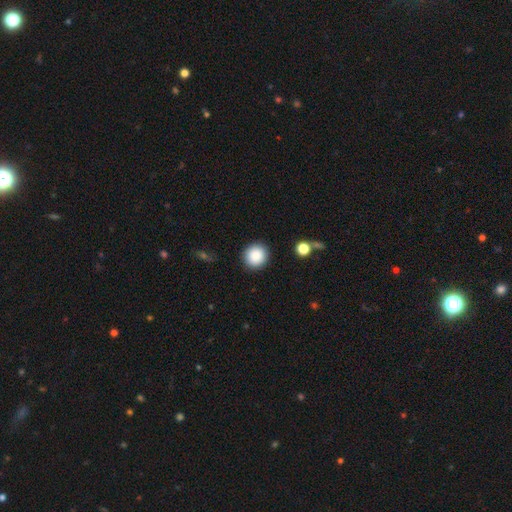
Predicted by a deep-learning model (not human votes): Morphology: type=smooth (88%); roundness=round (90%); merging=none (90%).